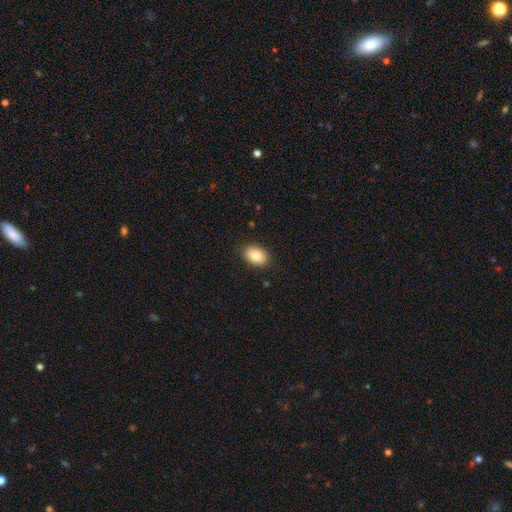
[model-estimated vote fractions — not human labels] smooth_or_featured: smooth (p=0.86) [alt: star or artifact p=0.07]
how_rounded: in between (p=0.84) [alt: round p=0.15]
merging: none (p=0.86) [alt: minor disturbance p=0.11]